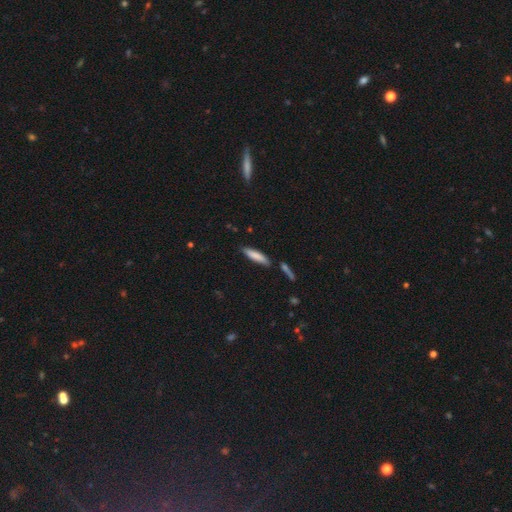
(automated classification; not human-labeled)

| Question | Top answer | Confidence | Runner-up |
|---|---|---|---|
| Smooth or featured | smooth | 81% | featured or disk (12%) |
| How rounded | cigar-shaped | 76% | in between (23%) |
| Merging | none | 78% | minor disturbance (13%) |